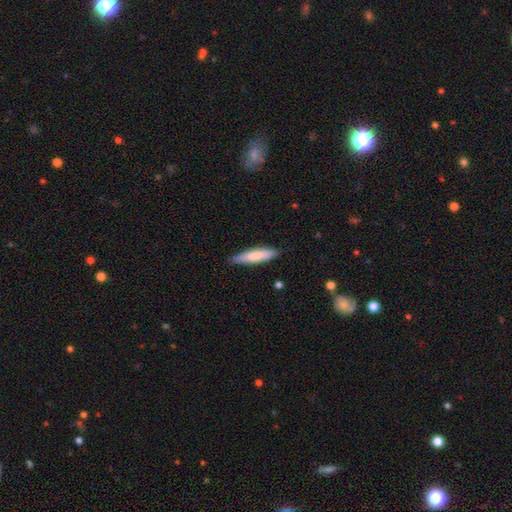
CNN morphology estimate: Smooth or featured?
  - smooth: 76% *
  - featured or disk: 19%
  - star or artifact: 5%
How rounded?
  - cigar-shaped: 76% *
  - in between: 22%
  - round: 1%
Merging?
  - none: 83% *
  - minor disturbance: 14%
  - major disturbance: 2%
  - merger: 1%